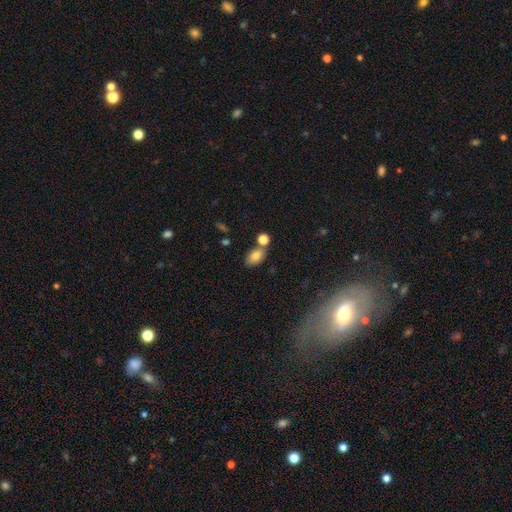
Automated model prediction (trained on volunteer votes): Smooth or featured? smooth (80%)
How rounded? in between (85%)
Merging? none (64%)